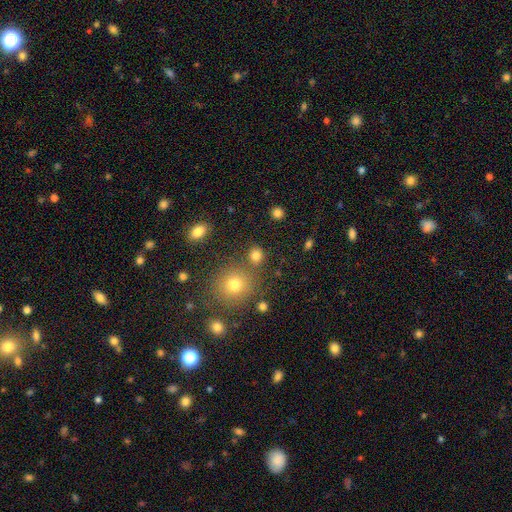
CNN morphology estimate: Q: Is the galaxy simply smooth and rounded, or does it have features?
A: smooth — 80%.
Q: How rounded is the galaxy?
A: round — 82%.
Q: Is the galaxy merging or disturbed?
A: none — 79%.